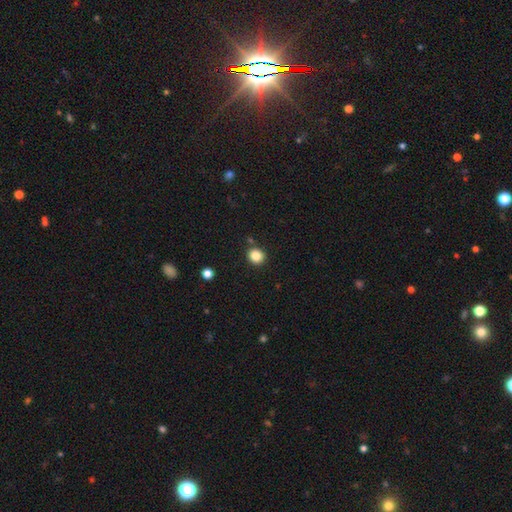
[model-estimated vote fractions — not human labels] A smooth galaxy with no disk features (85%) that is round (86%).

Vote fractions:
- Smooth or featured? smooth: 85% / star or artifact: 11% / featured or disk: 4%
- How rounded? round: 86% / in between: 13% / cigar-shaped: 1%
- Merging? none: 86% / minor disturbance: 7% / merger: 4% / major disturbance: 2%